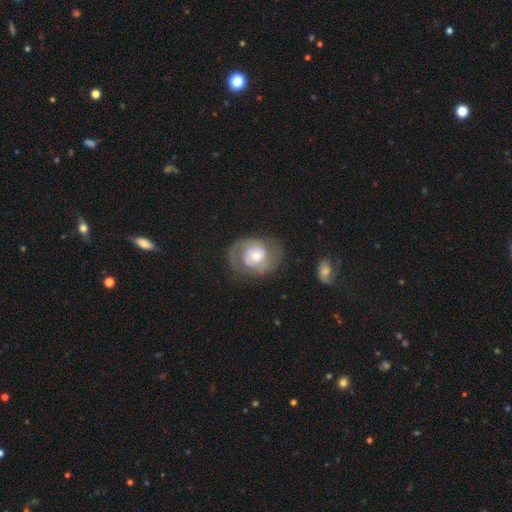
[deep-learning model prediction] The model was most divided on "spiral winding" (2-way tie): medium: 42%, tight: 42%, loose: 16%. More confident: edge-on disk — no (97%); spiral arms — yes (84%); smooth or featured — featured or disk (72%); spiral arm count — 2 (69%); bar — no (68%); merging — none (64%); bulge size — moderate (52%).